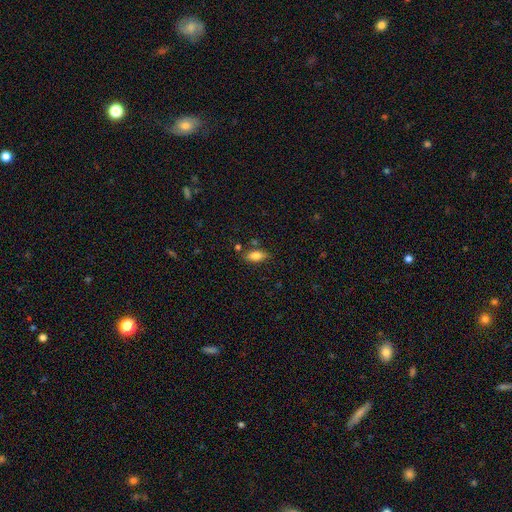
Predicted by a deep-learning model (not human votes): This is clearly a smooth galaxy (80%). How rounded: clearly in between (86%). Merging: likely none (78%).